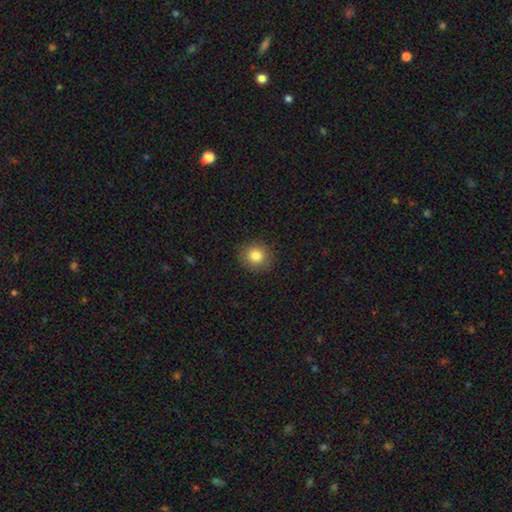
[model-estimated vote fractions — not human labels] Smooth or featured? smooth (82%)
How rounded? round (88%)
Merging? none (90%)